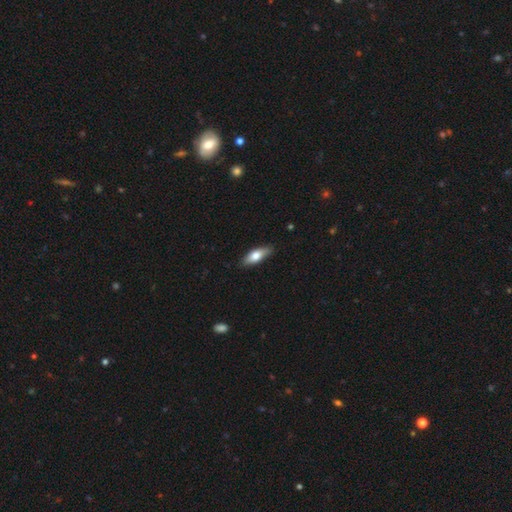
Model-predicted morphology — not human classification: A smooth galaxy with no disk features (68%) that is in between round and cigar-shaped (65%). Merging: none (85%).